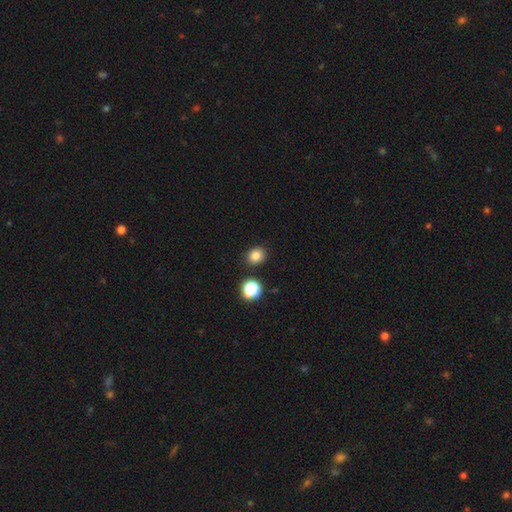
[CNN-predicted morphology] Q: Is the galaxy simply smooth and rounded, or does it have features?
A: smooth — 81%.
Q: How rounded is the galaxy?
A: round — 71%.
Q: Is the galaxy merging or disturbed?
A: none — 86%.